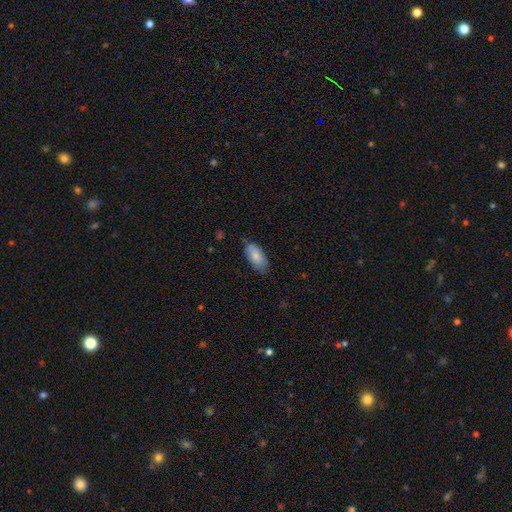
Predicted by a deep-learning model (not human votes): This is clearly a smooth galaxy (82%). How rounded: clearly in between (92%). Merging: likely none (73%).